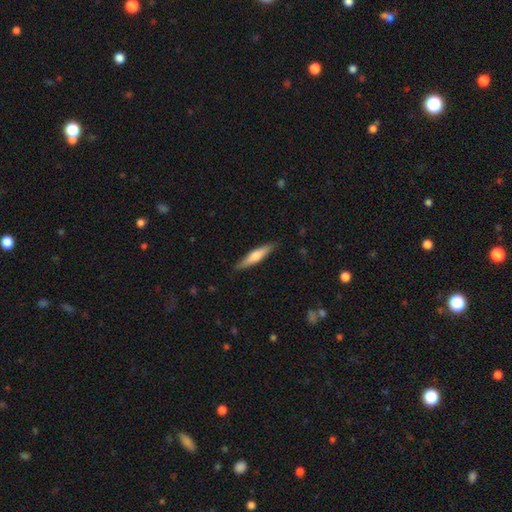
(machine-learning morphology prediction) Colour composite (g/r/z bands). It shows a smooth galaxy with no disk features (57%) that is cigar-shaped (84%). Merging: none (88%).